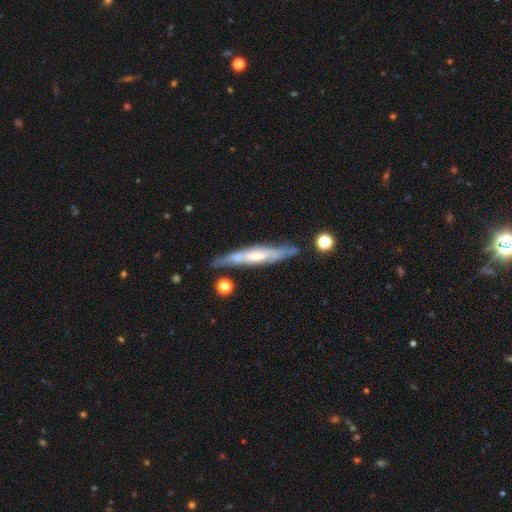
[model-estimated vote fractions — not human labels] Smooth or featured?
  - featured or disk: 66% *
  - smooth: 28%
  - star or artifact: 6%
Edge-on disk?
  - yes: 84% *
  - no: 16%
Edge-on bulge?
  - rounded: 38% *
  - none: 33%
  - boxy: 29%
Merging?
  - none: 77% *
  - minor disturbance: 15%
  - merger: 4%
  - major disturbance: 4%